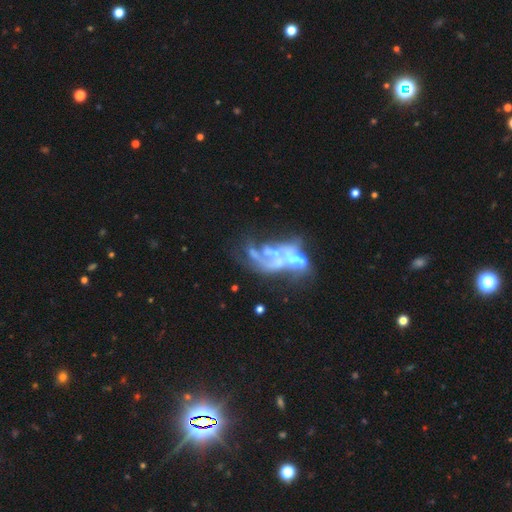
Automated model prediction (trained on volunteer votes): The model was most divided on "merging": merger: 40%, major disturbance: 36%, none: 16%, minor disturbance: 8%. Remaining: edge-on disk — no (94%); bar — no (78%); smooth or featured — featured or disk (67%); spiral arms — no (66%); bulge size — none (44%).